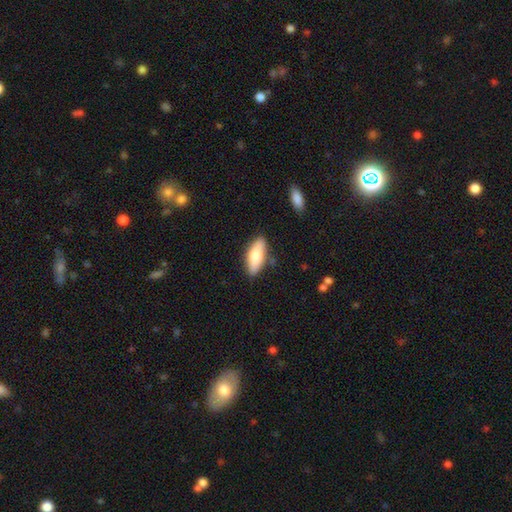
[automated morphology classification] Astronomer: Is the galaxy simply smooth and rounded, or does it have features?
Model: smooth — 73%.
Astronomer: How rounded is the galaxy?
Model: in between — 76%.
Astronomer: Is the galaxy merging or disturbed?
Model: none — 80%.